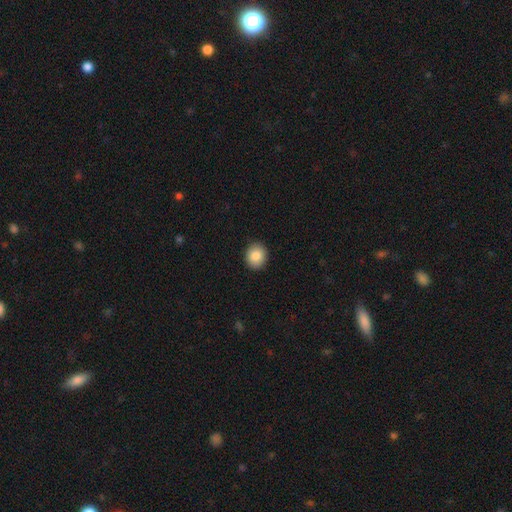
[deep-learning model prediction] Smooth or featured: smooth — 86% (star or artifact — 8%)
How rounded: round — 67% (in between — 32%)
Merging: none — 91% (minor disturbance — 6%)